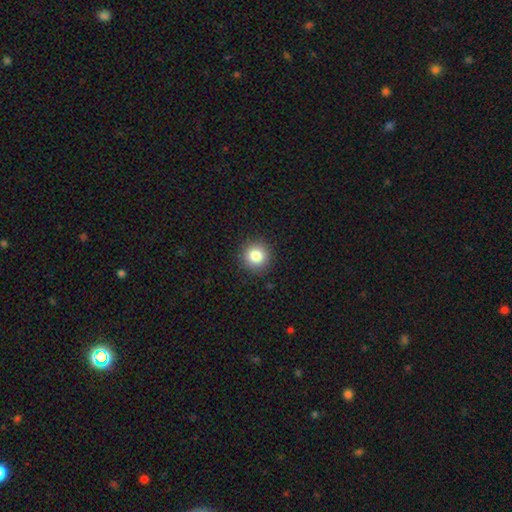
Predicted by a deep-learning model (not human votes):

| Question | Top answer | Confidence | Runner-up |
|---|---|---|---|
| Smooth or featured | smooth | 83% | star or artifact (11%) |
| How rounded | round | 94% | in between (5%) |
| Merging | none | 91% | minor disturbance (6%) |